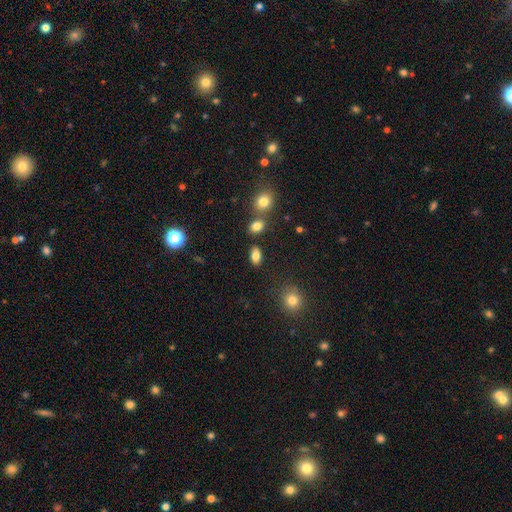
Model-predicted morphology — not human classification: Smooth or featured? smooth (82%)
How rounded? in between (89%)
Merging? none (79%)